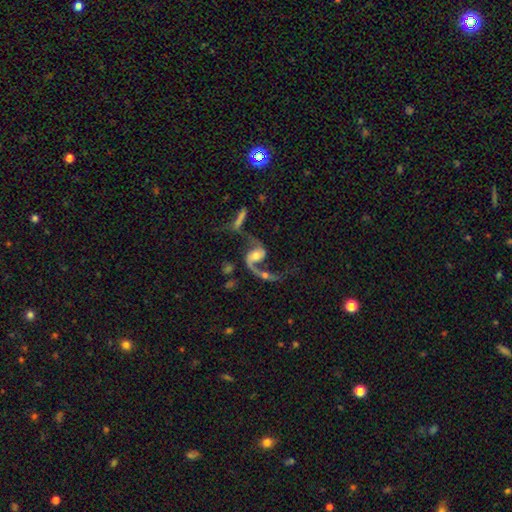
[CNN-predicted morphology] smooth_or_featured: featured or disk (p=0.85) [alt: smooth p=0.08]
disk_edge_on: no (p=0.97) [alt: yes p=0.03]
bar: no (p=0.54) [alt: weak p=0.33]
has_spiral_arms: yes (p=0.93) [alt: no p=0.07]
spiral_winding: loose (p=0.78) [alt: medium p=0.18]
spiral_arm_count: 2 (p=0.78) [alt: 1 p=0.17]
bulge_size: moderate (p=0.58) [alt: small p=0.27]
merging: none (p=0.34) [alt: merger p=0.29]